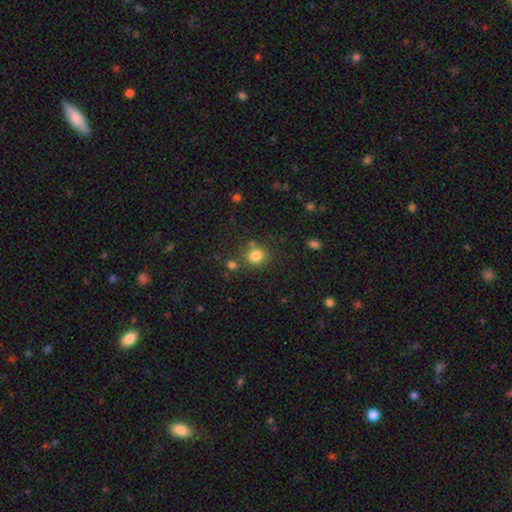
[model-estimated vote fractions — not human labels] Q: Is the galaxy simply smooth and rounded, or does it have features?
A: smooth — 81%.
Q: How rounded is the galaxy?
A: round — 82%.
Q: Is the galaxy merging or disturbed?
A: none — 73%.